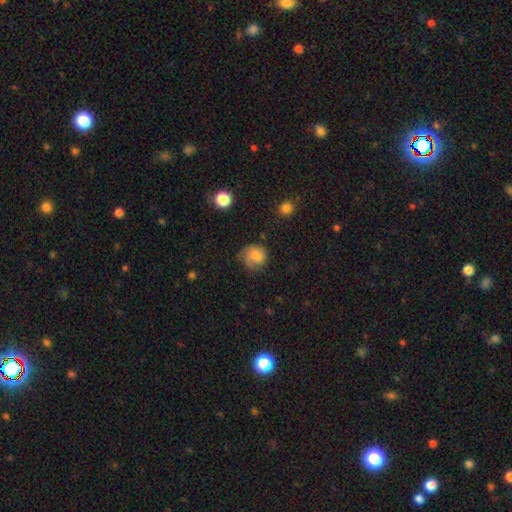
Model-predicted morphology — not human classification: Smooth or featured? smooth (77%)
How rounded? round (77%)
Merging? none (56%)